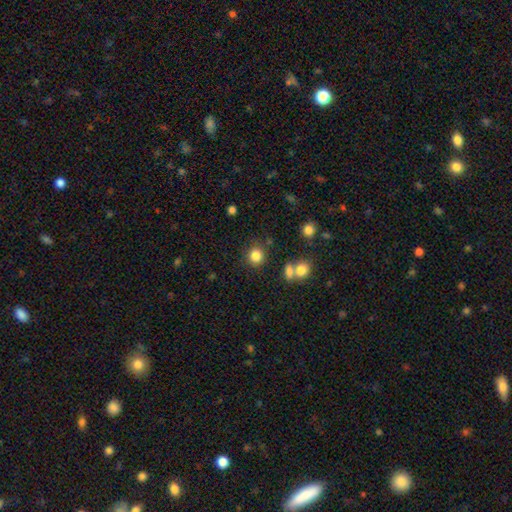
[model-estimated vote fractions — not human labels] A smooth galaxy with no disk features (83%) that is round (84%). Merging: none (79%).